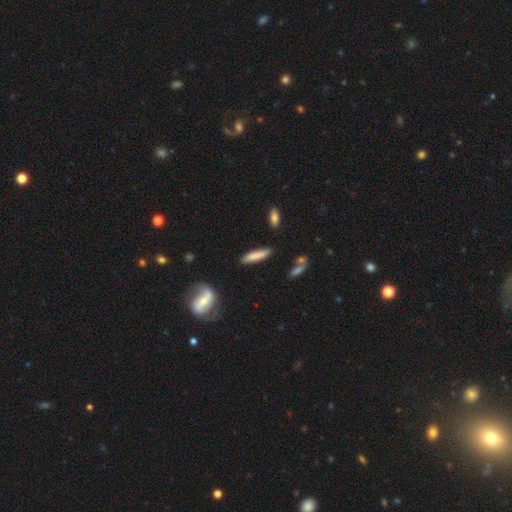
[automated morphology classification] Smooth or featured?
  - smooth: 78% *
  - featured or disk: 16%
  - star or artifact: 6%
How rounded?
  - cigar-shaped: 85% *
  - in between: 14%
  - round: 2%
Merging?
  - none: 85% *
  - minor disturbance: 10%
  - merger: 3%
  - major disturbance: 2%